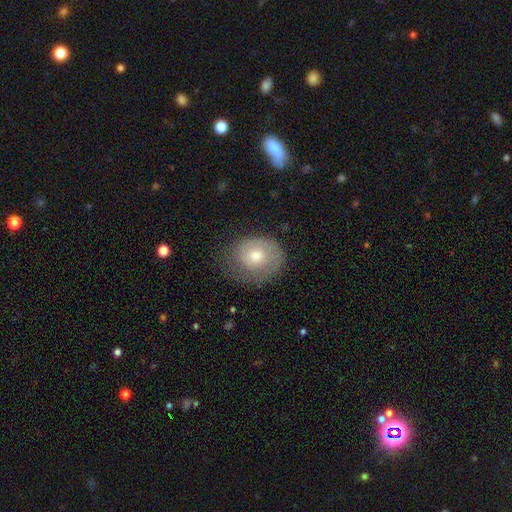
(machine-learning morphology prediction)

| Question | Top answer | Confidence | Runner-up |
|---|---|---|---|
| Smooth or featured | smooth | 56% | featured or disk (36%) |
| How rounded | round | 59% | in between (40%) |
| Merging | none | 59% | minor disturbance (26%) |